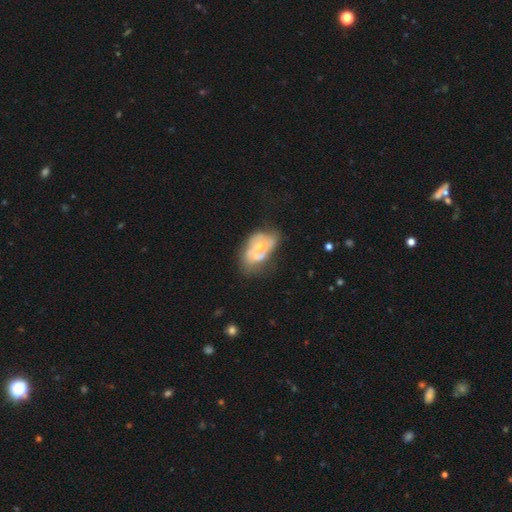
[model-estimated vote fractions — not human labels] A featured or disk galaxy (64%) with no bar (84%), no spiral arms (64%) and a moderate central bulge (54%).

Vote fractions:
- Smooth or featured? featured or disk: 64% / smooth: 30% / star or artifact: 7%
- Edge-on disk? no: 97% / yes: 3%
- Bar? no: 84% / weak: 13% / strong: 3%
- Spiral arms? no: 64% / yes: 36%
- Bulge size? moderate: 54% / small: 35% / none: 6% / large: 4% / dominant: 1%
- Merging? merger: 46% / none: 23% / minor disturbance: 17% / major disturbance: 14%